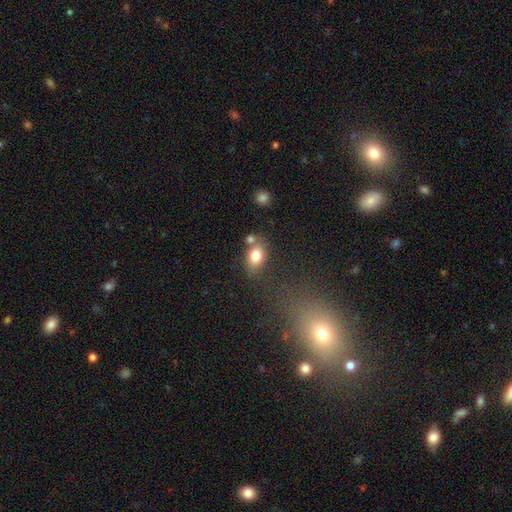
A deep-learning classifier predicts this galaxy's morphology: The model was most divided on "merging": none: 60%, merger: 20%, minor disturbance: 15%, major disturbance: 5%. More confident: smooth or featured — smooth (80%); how rounded — in between (77%).